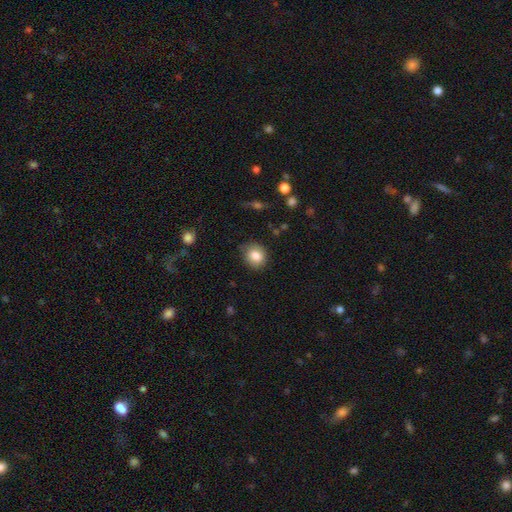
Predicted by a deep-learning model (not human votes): Smooth or featured? smooth (83%)
How rounded? round (71%)
Merging? none (80%)